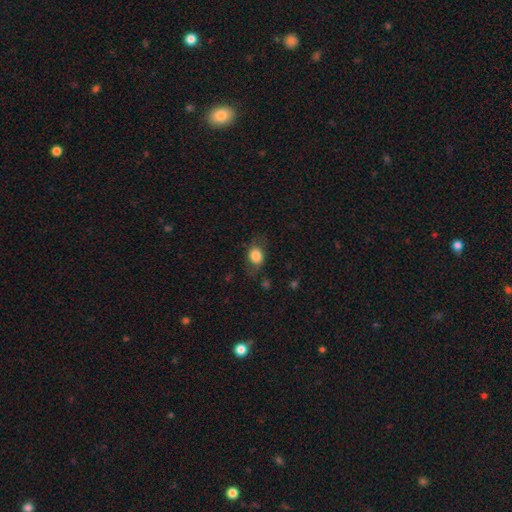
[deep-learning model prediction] Morphology: type=smooth (80%); roundness=in between (58%); merging=none (67%).